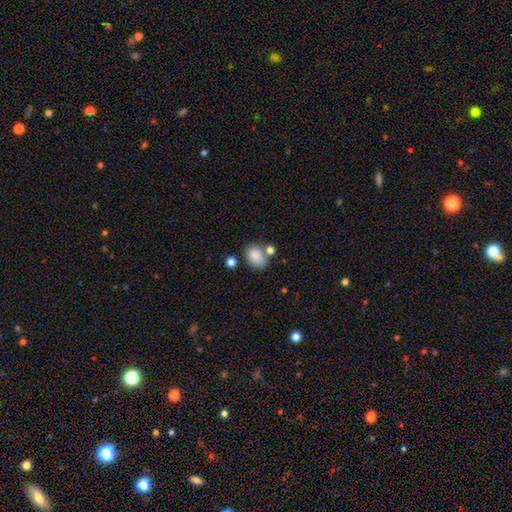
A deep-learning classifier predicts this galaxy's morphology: A smooth galaxy with no disk features (86%) that is in between round and cigar-shaped (76%). Merging: none (61%).